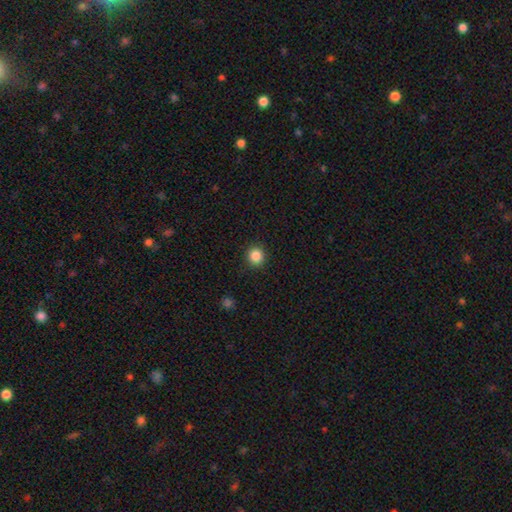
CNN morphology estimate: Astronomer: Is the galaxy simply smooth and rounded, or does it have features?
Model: smooth — 86%.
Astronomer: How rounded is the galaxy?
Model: round — 90%.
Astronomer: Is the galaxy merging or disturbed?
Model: none — 91%.